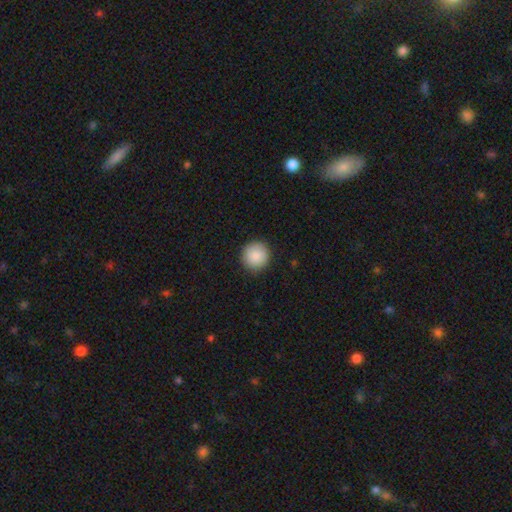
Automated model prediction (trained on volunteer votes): Morphology: type=smooth (88%); roundness=round (95%); merging=none (90%).